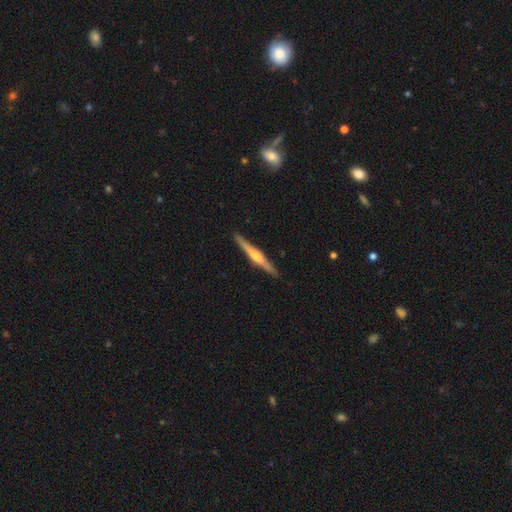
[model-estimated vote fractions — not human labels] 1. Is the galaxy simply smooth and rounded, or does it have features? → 73% featured or disk, 21% smooth, 5% star or artifact.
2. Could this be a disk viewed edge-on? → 98% yes, 2% no.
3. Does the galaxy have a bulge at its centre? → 85% rounded, 9% none, 6% boxy.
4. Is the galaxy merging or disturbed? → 91% none, 6% minor disturbance, 1% major disturbance, 1% merger.